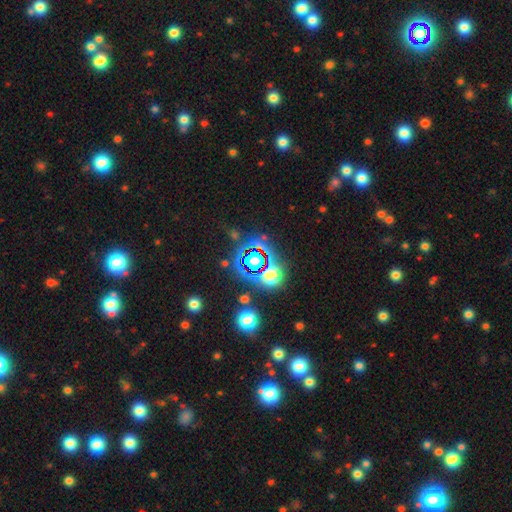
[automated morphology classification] The model was most divided on "smooth or featured": star or artifact: 77%, smooth: 15%, featured or disk: 8%.